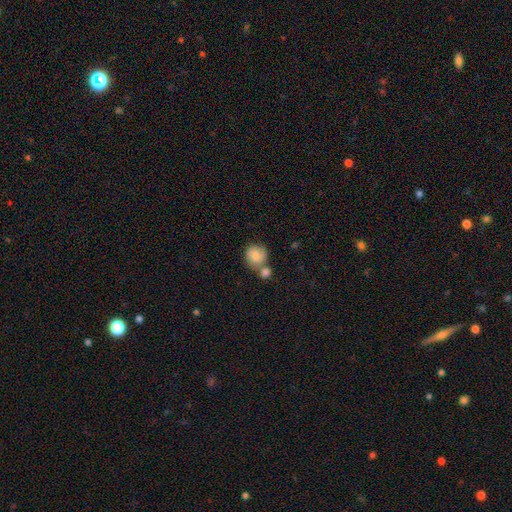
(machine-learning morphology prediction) The model was most divided on "merging": none: 42%, merger: 41%, minor disturbance: 12%, major disturbance: 4%. More confident: smooth or featured — smooth (84%); how rounded — round (82%).